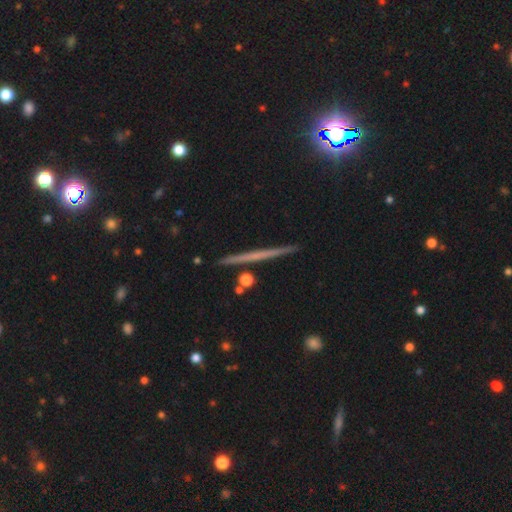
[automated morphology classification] Smooth or featured: featured or disk — 64% (smooth — 26%)
Edge-on disk: yes — 98% (no — 2%)
Edge-on bulge: none — 74% (rounded — 20%)
Merging: none — 92% (minor disturbance — 6%)